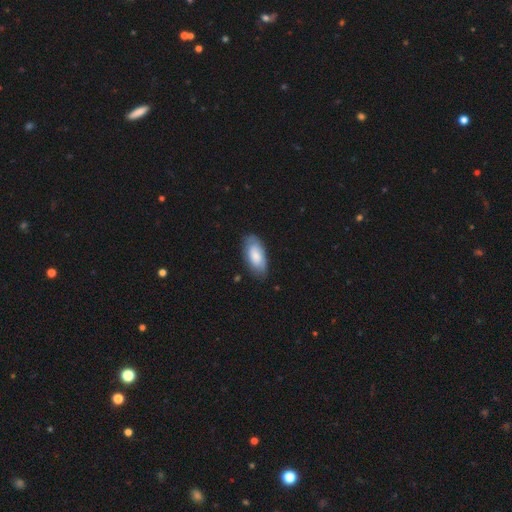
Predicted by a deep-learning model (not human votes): A smooth galaxy with no disk features (75%) that is in between round and cigar-shaped (92%). Merging: none (74%).